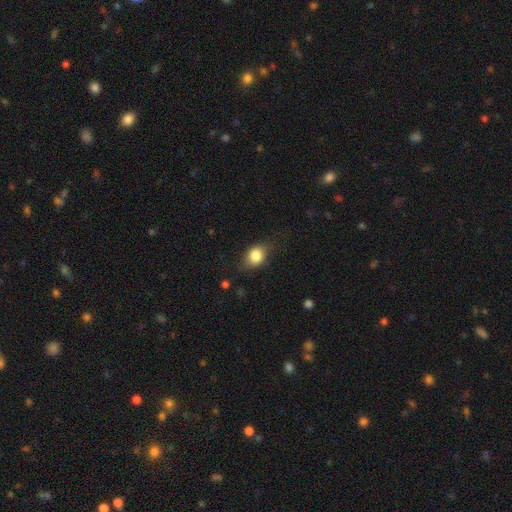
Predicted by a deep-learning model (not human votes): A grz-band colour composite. It shows a smooth galaxy with no disk features (81%) that is in between round and cigar-shaped (62%). Merging: none (71%).